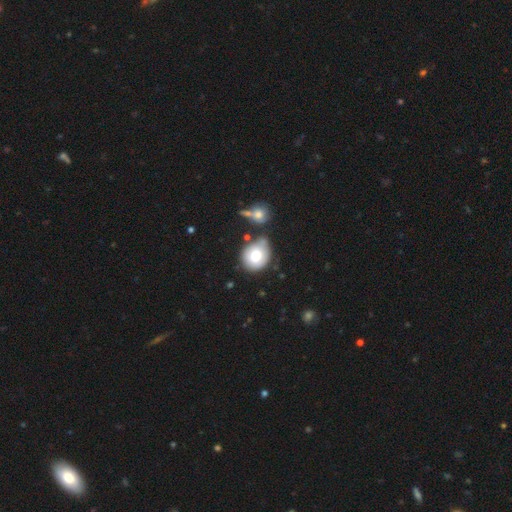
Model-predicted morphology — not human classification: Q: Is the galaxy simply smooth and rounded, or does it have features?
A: smooth — 72%.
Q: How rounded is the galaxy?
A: round — 72%.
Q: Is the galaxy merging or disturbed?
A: none — 53%.